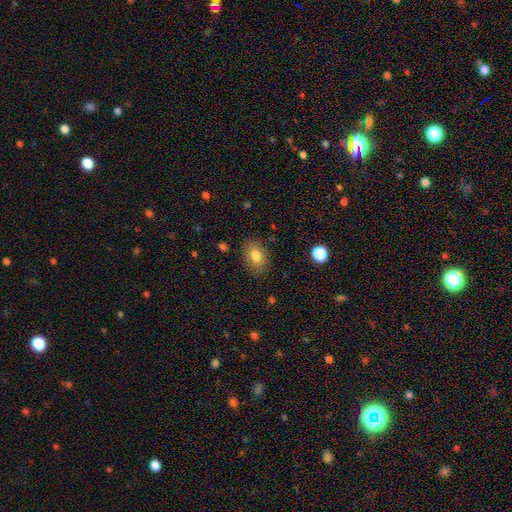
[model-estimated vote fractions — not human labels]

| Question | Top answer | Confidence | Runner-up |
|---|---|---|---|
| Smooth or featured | smooth | 81% | featured or disk (10%) |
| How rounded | in between | 81% | round (18%) |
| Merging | none | 83% | minor disturbance (12%) |